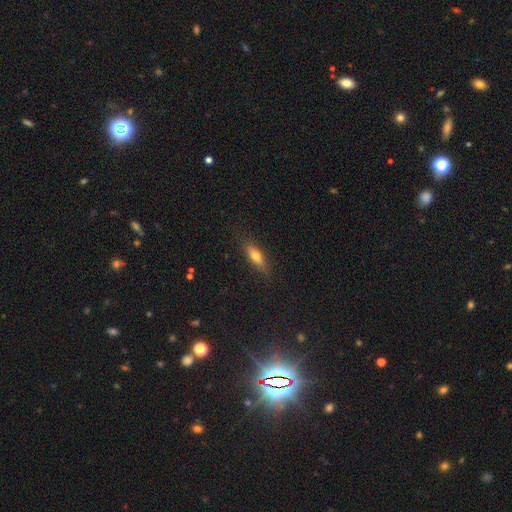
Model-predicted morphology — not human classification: type=smooth (63%); roundness=cigar-shaped (52%); merging=none (82%).